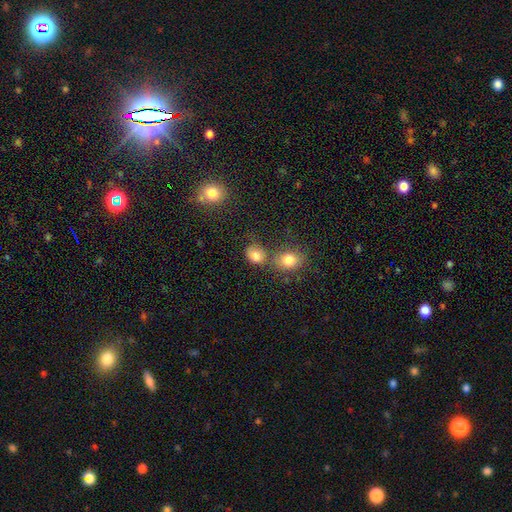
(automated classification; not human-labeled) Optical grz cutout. It shows a smooth galaxy with no disk features (79%) that is round (51%). Merging: none (54%).